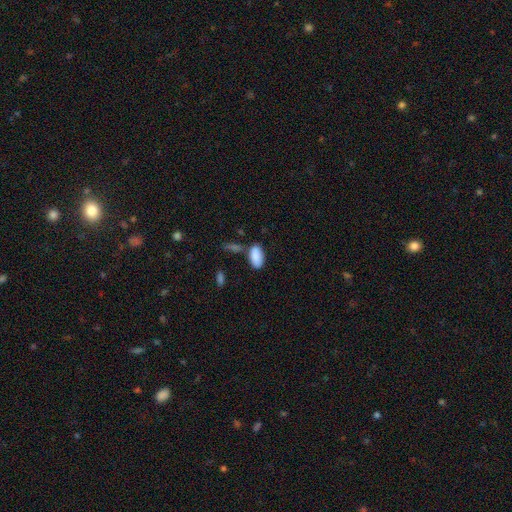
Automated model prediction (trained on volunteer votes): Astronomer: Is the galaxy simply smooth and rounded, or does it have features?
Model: smooth — 88%.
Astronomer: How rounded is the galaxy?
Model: in between — 94%.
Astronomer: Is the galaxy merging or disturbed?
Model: none — 65%.